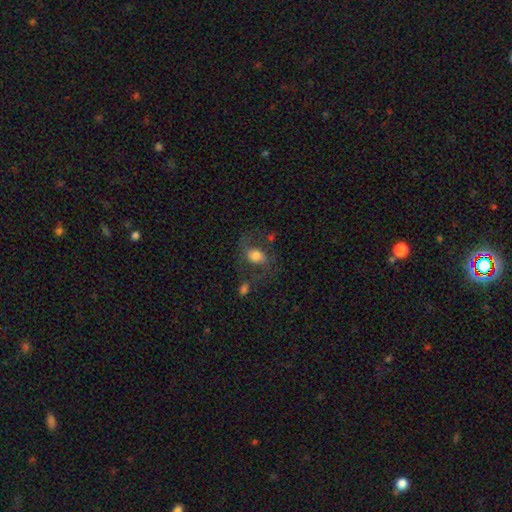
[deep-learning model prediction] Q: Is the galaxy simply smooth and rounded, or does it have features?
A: smooth — 56%.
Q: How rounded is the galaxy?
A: in between — 60%.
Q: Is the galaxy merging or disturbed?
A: none — 50%.